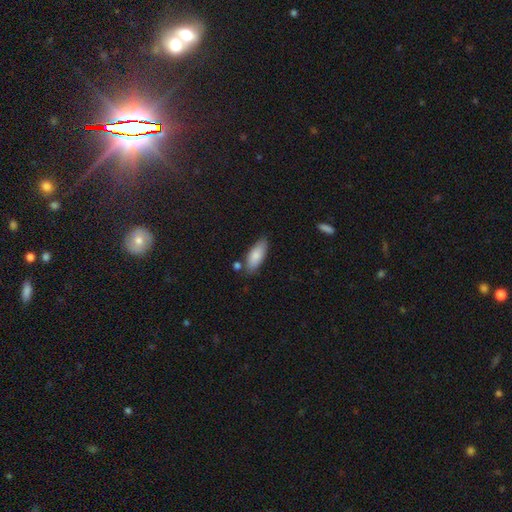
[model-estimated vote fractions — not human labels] A smooth galaxy with no disk features (83%) that is in between round and cigar-shaped (77%). Merging: none (76%).